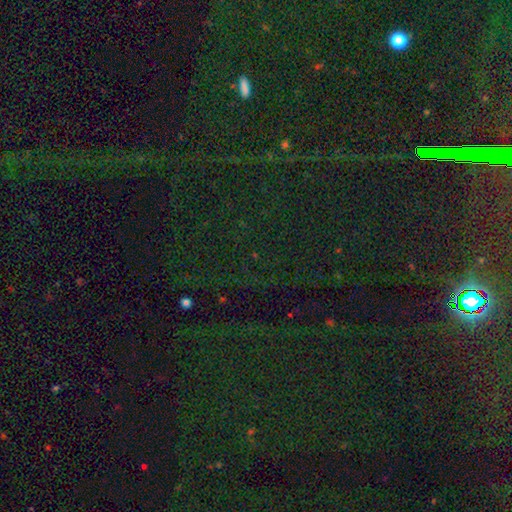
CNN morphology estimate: Smooth or featured? Predicted: star or artifact (p=0.83).